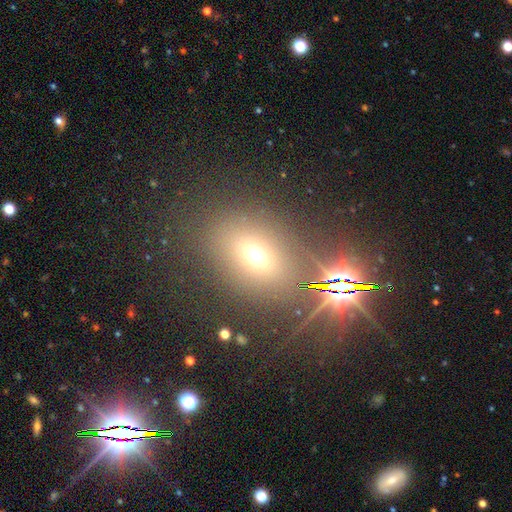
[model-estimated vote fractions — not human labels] smooth-or-featured: smooth: 49% | star or artifact: 35% | featured or disk: 15%
  merging: none: 78% | minor disturbance: 11% | major disturbance: 7% | merger: 4%